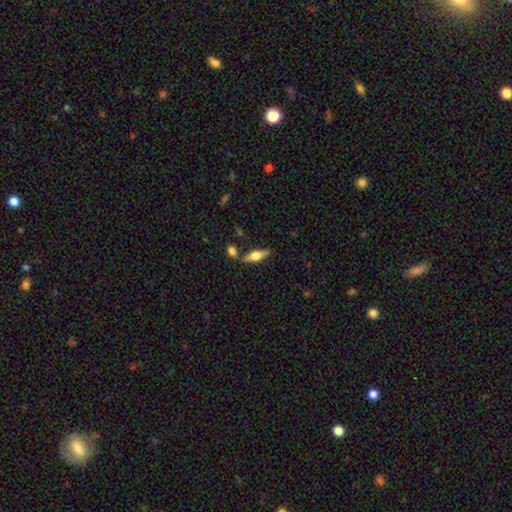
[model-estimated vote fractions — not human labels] smooth-or-featured: featured or disk: 51% | smooth: 43% | star or artifact: 7%
  disk-edge-on: yes: 92% | no: 8%
  merging: none: 76% | minor disturbance: 12% | merger: 9% | major disturbance: 3%